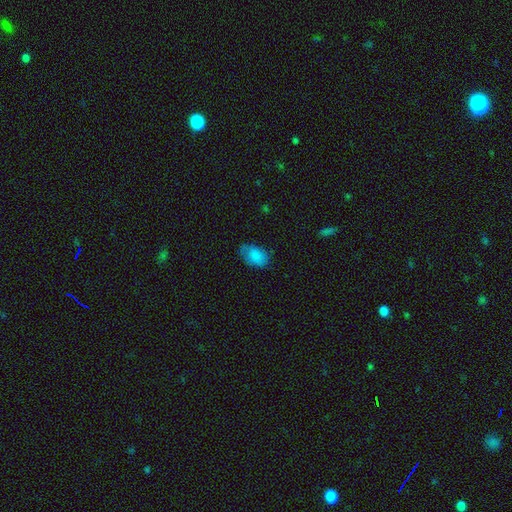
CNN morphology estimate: A smooth galaxy with no disk features (82%) that is in between round and cigar-shaped (90%). Merging: none (63%).